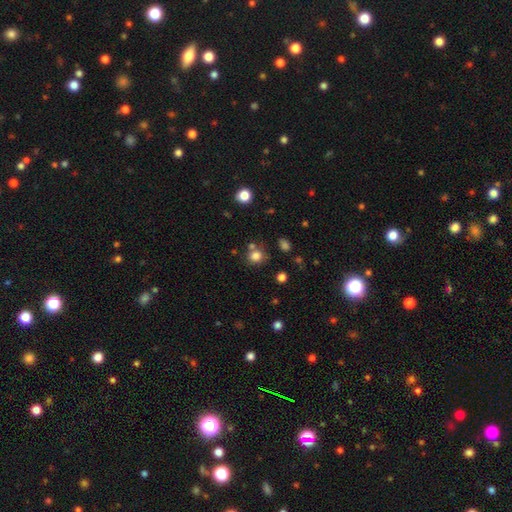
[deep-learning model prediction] Overall: smooth (80%). How rounded: round (82%). Merging: none (69%).